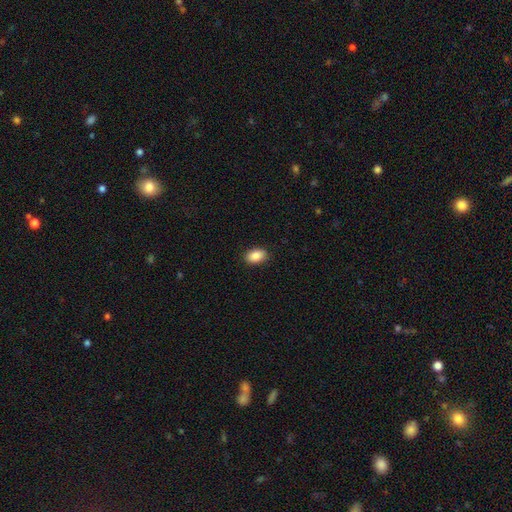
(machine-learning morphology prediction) Q: Smooth or featured?
A: smooth (88%); runner-up: star or artifact (8%)
Q: How rounded?
A: in between (86%); runner-up: round (12%)
Q: Merging?
A: none (89%); runner-up: minor disturbance (8%)